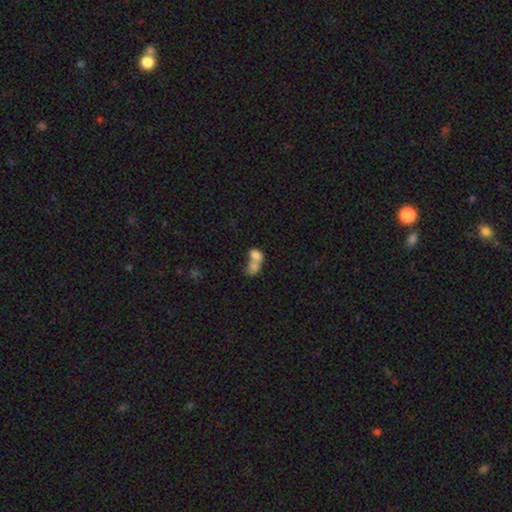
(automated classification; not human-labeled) smooth 59%, featured or disk 22%, star or artifact 19%. Down the decision tree: how rounded — round (49%); merging — merger (64%).